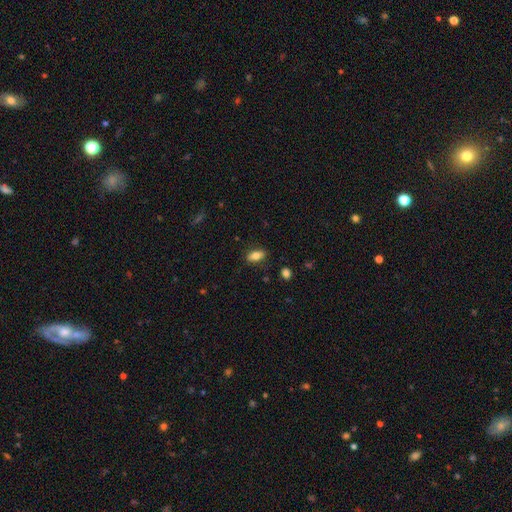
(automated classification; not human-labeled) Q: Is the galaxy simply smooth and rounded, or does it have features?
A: smooth — 80%.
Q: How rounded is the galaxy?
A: in between — 85%.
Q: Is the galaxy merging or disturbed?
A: none — 85%.